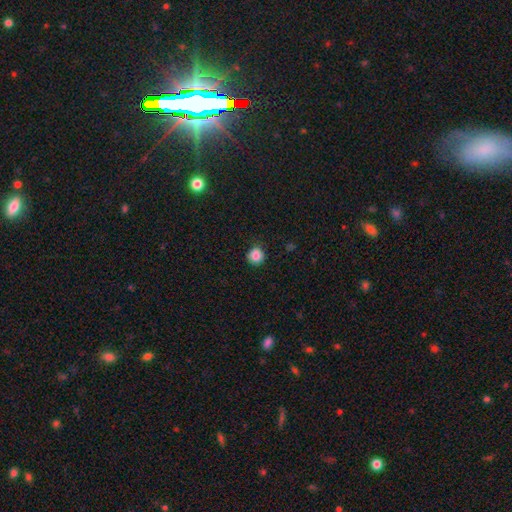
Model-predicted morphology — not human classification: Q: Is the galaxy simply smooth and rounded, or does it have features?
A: smooth — 86%.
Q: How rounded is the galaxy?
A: round — 90%.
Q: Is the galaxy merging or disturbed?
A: none — 86%.